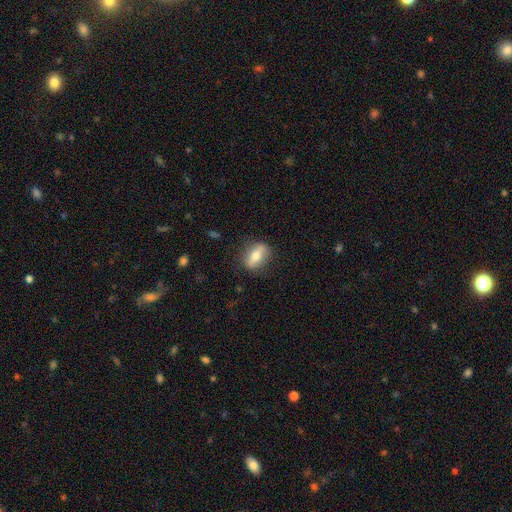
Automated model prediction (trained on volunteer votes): A smooth galaxy with no disk features (51%) that is in between round and cigar-shaped (69%). Merging: none (82%).